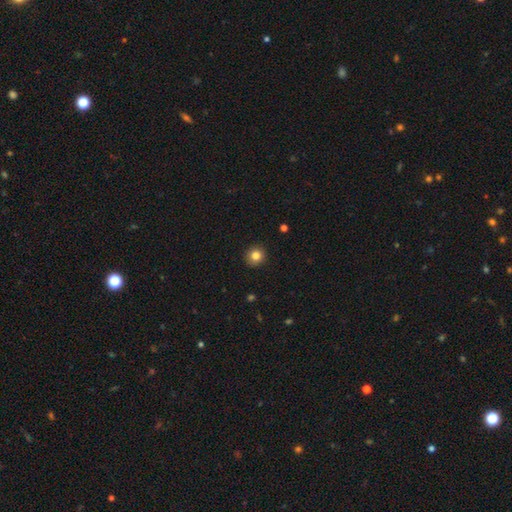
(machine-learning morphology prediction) Smooth or featured? smooth (83%)
How rounded? round (93%)
Merging? none (92%)